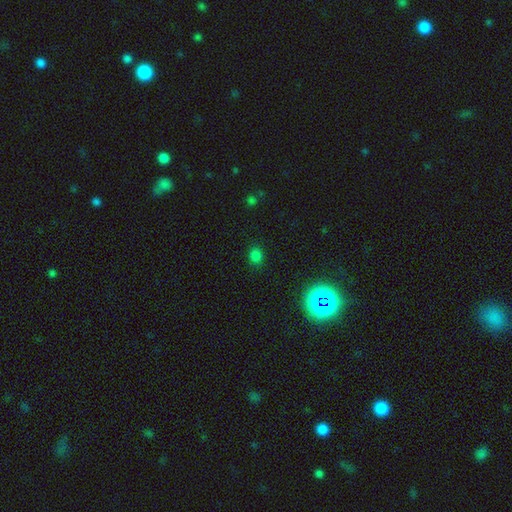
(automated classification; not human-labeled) Morphology: type=smooth (73%); roundness=round (73%); merging=none (85%).